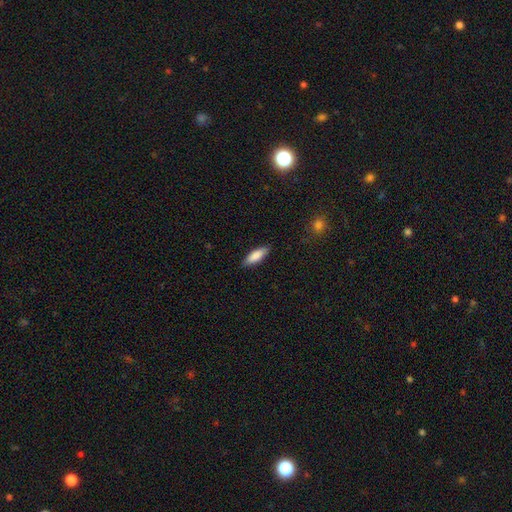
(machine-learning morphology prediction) Q: Smooth or featured?
A: smooth (85%); runner-up: featured or disk (9%)
Q: How rounded?
A: in between (56%); runner-up: cigar-shaped (43%)
Q: Merging?
A: none (86%); runner-up: minor disturbance (11%)